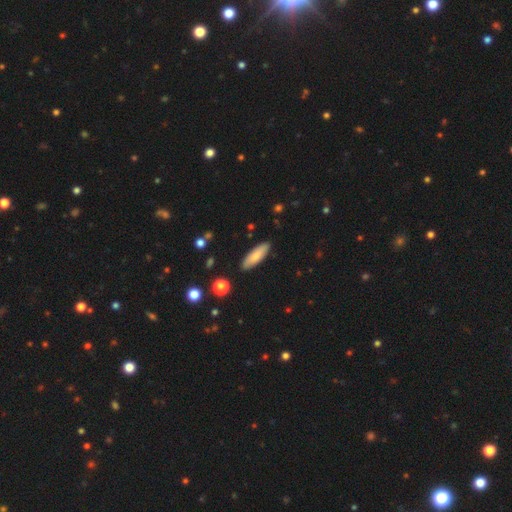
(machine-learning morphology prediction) type=smooth (80%); roundness=in between (51%); merging=none (88%).